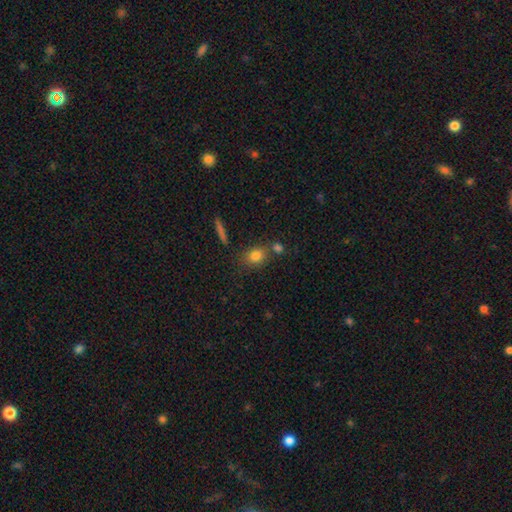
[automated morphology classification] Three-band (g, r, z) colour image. It shows a smooth galaxy with no disk features (80%) that is in between round and cigar-shaped (51%). Merging: none (68%).